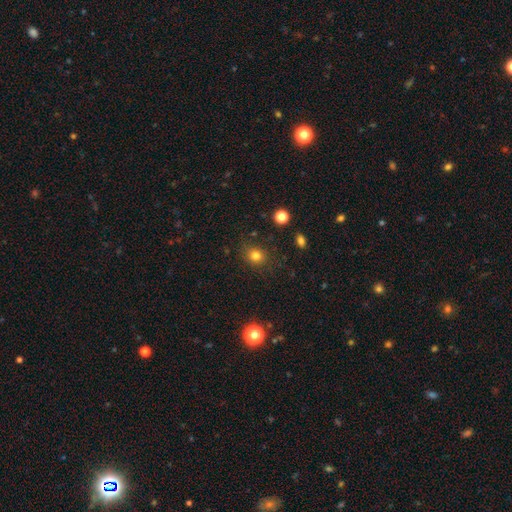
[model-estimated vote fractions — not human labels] Morphology: type=smooth (80%); roundness=round (80%); merging=none (84%).